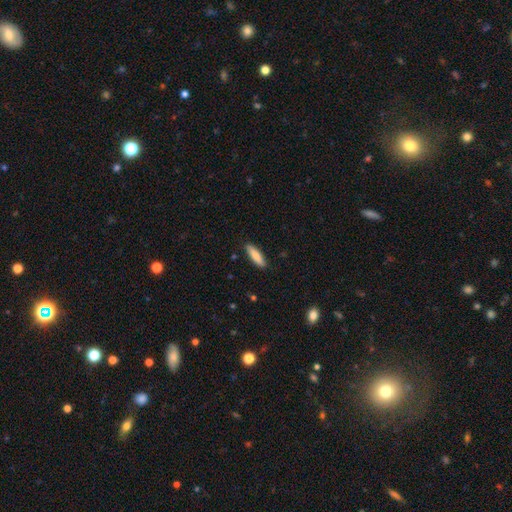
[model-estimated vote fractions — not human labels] Q: Smooth or featured?
A: smooth (83%); runner-up: featured or disk (11%)
Q: How rounded?
A: cigar-shaped (66%); runner-up: in between (33%)
Q: Merging?
A: none (88%); runner-up: minor disturbance (9%)